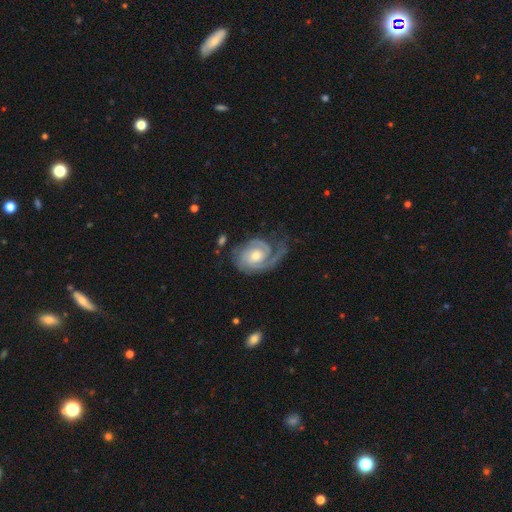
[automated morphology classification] smooth-or-featured: featured or disk: 89% | smooth: 7% | star or artifact: 4%
  disk-edge-on: no: 97% | yes: 3%
    bar: no: 68% | weak: 26% | strong: 6%
    has-spiral-arms: yes: 97% | no: 3%
      spiral-winding: tight: 63% | medium: 29% | loose: 8%
      spiral-arm-count: 2: 49% | 1: 24% | 3: 11% | can't tell: 10% | 4: 3% | more than 4: 3%
    bulge-size: moderate: 60% | small: 34% | large: 4% | none: 1% | dominant: 1%
  merging: none: 62% | minor disturbance: 21% | major disturbance: 15% | merger: 2%